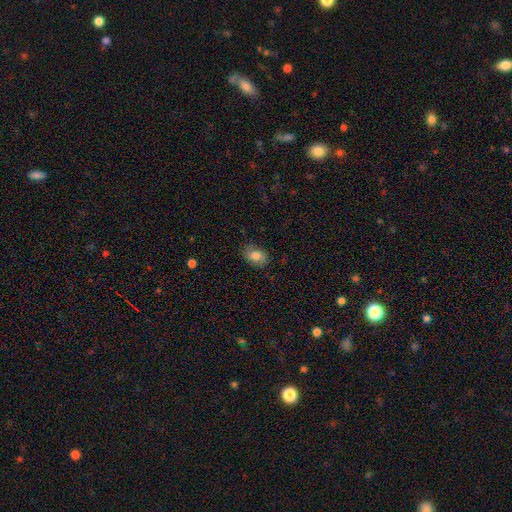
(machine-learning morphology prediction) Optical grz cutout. It shows a smooth galaxy with no disk features (82%) that is in between round and cigar-shaped (80%). Merging: none (81%).